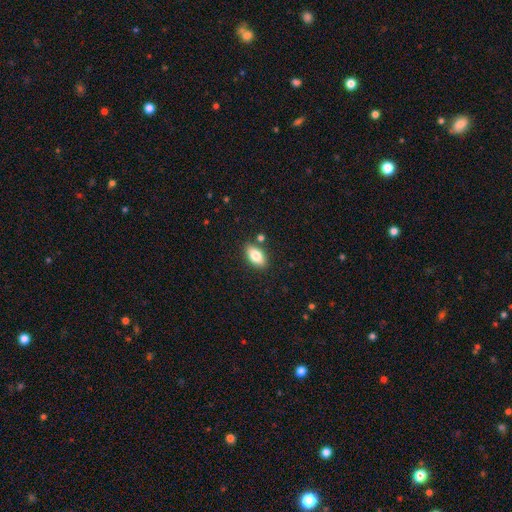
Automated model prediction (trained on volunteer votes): smooth-or-featured: smooth: 79% | featured or disk: 14% | star or artifact: 7%
  how-rounded: in between: 90% | cigar-shaped: 6% | round: 4%
  merging: none: 83% | minor disturbance: 10% | merger: 4% | major disturbance: 2%